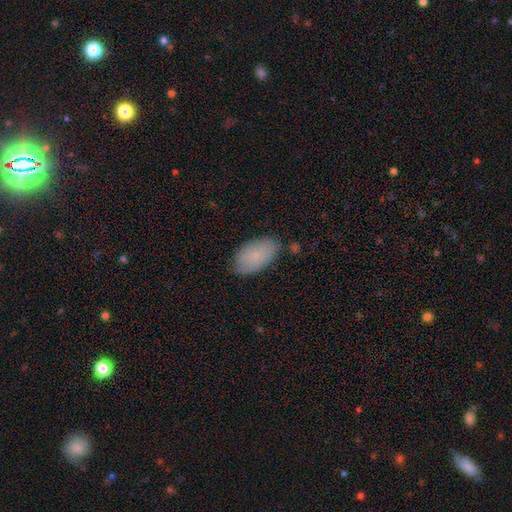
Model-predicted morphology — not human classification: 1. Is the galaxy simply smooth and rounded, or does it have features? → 81% smooth, 12% featured or disk, 7% star or artifact.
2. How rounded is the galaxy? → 94% in between, 4% round, 2% cigar-shaped.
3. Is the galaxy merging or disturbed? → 79% none, 16% minor disturbance, 3% major disturbance, 2% merger.